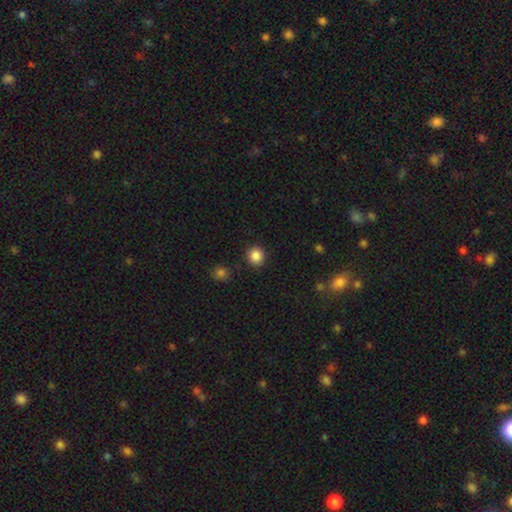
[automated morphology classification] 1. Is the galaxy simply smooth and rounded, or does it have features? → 86% smooth, 10% star or artifact, 3% featured or disk.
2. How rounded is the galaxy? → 91% round, 8% in between, 1% cigar-shaped.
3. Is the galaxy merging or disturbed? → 90% none, 6% minor disturbance, 2% major disturbance, 2% merger.